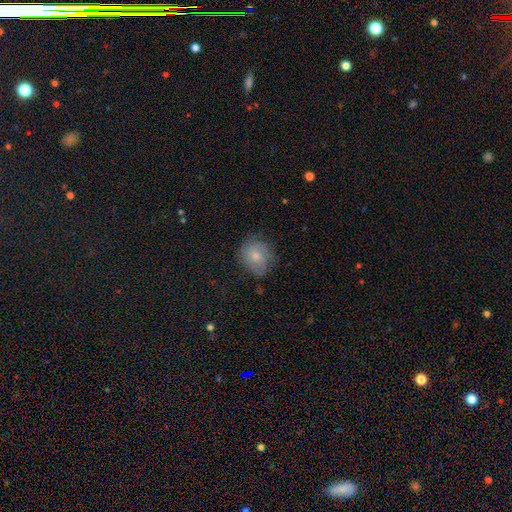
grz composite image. It shows a smooth galaxy with no disk features (85%) that is round (74%). Merging: none (54%).